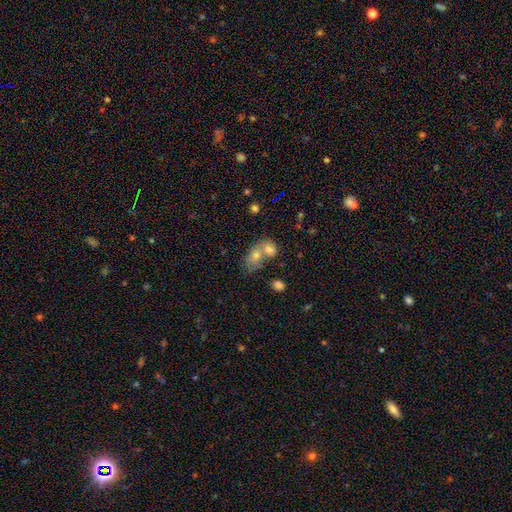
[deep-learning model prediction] This is likely a smooth galaxy (73%). How rounded: likely in between (76%). Merging: likely merger (61%).